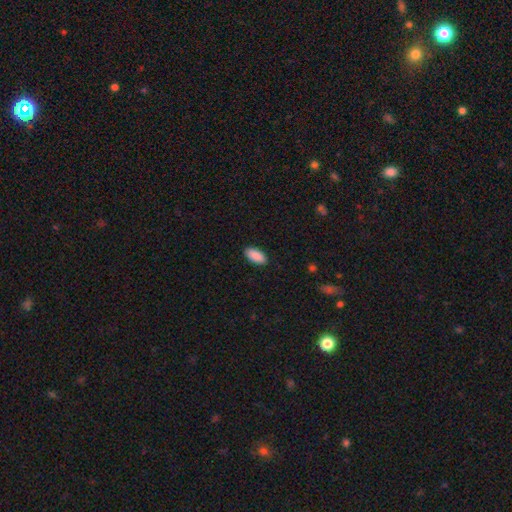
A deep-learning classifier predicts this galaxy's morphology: type=smooth (91%); roundness=in between (93%); merging=none (90%).